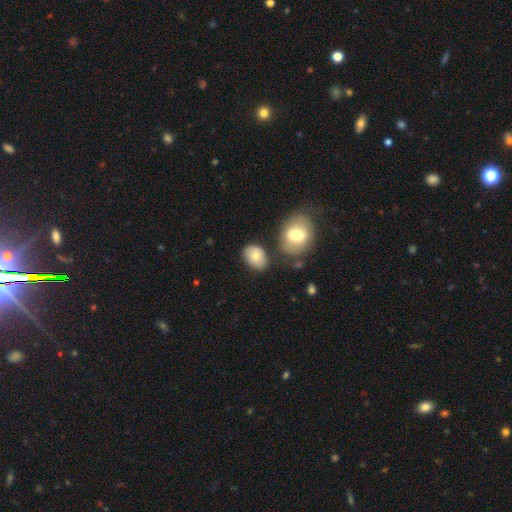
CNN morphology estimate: Smooth or featured? smooth (77%)
How rounded? in between (73%)
Merging? none (71%)